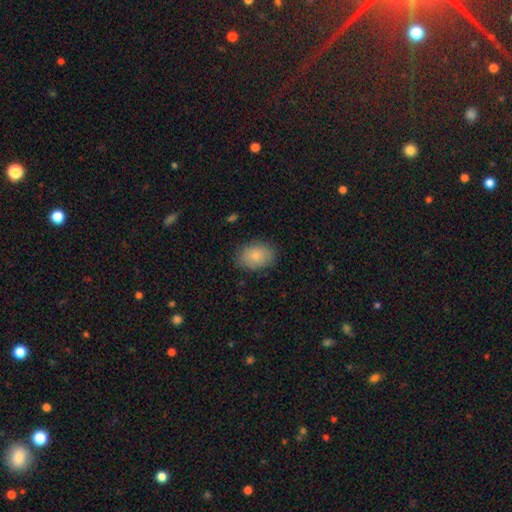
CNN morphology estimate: This is clearly a smooth galaxy (83%). How rounded: likely in between (70%). Merging: clearly none (83%).